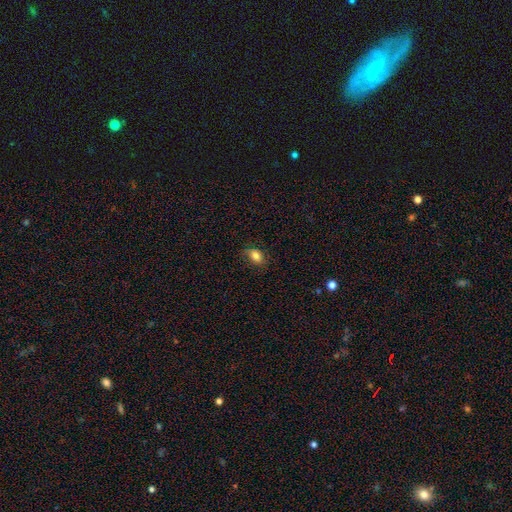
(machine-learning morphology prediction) Smooth or featured: smooth — 81% (star or artifact — 10%)
How rounded: in between — 77% (round — 21%)
Merging: none — 76% (minor disturbance — 18%)